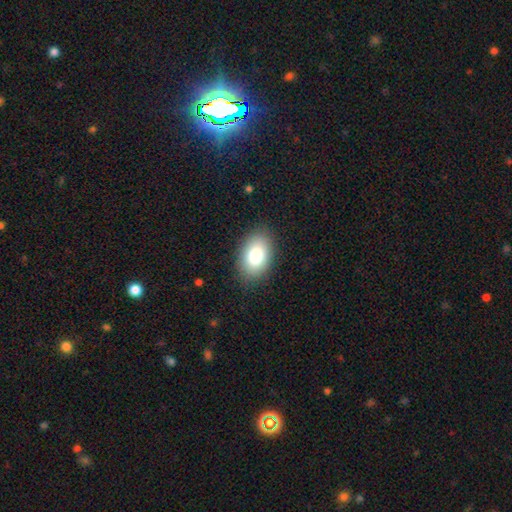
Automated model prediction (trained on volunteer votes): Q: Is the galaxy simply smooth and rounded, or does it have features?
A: smooth — 81%.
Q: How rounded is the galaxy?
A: in between — 88%.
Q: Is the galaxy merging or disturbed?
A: none — 86%.